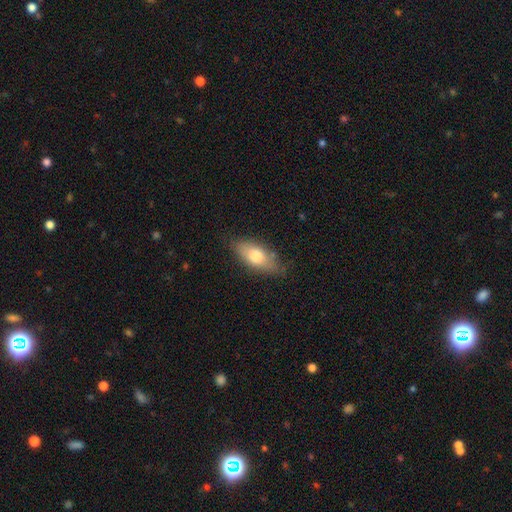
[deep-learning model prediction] smooth 73%, featured or disk 21%, star or artifact 6%. Down the decision tree: how rounded — in between (83%); merging — none (75%).